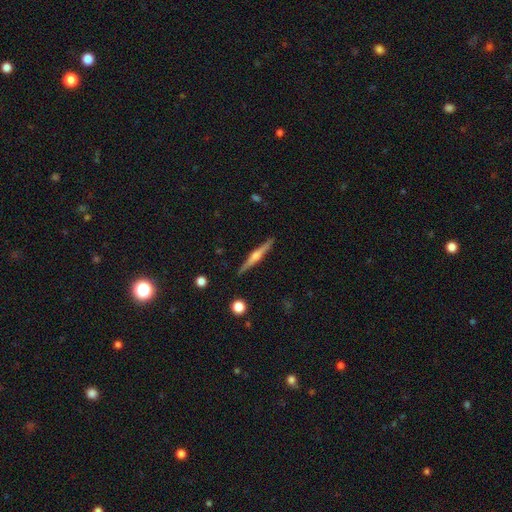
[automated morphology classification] A featured or disk galaxy (71%) viewed edge-on (98%) with a rounded central bulge (84%).

Vote fractions:
- Smooth or featured? featured or disk: 71% / smooth: 23% / star or artifact: 6%
- Edge-on disk? yes: 98% / no: 2%
- Edge-on bulge? rounded: 84% / boxy: 8% / none: 8%
- Merging? none: 91% / minor disturbance: 7% / major disturbance: 1% / merger: 1%